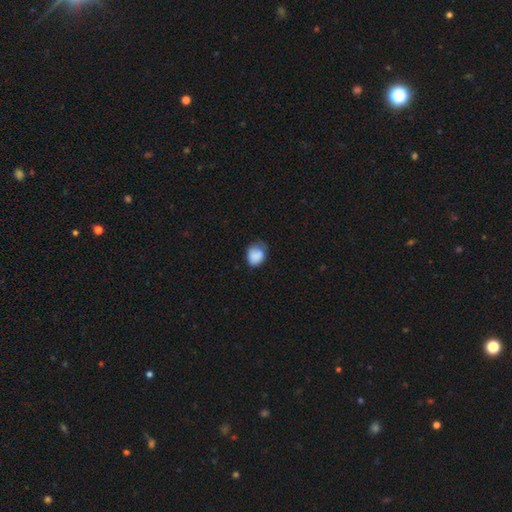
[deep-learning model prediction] Smooth or featured? Predicted: smooth (p=0.86). How rounded? Predicted: round (p=0.59). Merging? Predicted: none (p=0.53).